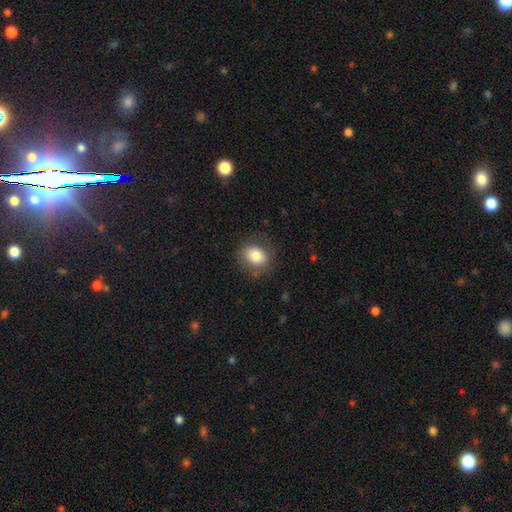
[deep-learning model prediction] This appears to be a smooth galaxy with no disk features (81%) that is round (53%). Merging: none (80%).